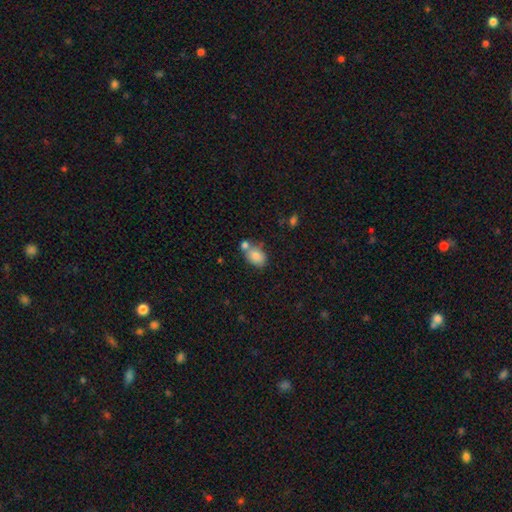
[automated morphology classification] Q: Smooth or featured?
A: smooth (79%); runner-up: featured or disk (12%)
Q: How rounded?
A: in between (78%); runner-up: round (21%)
Q: Merging?
A: none (52%); runner-up: merger (29%)